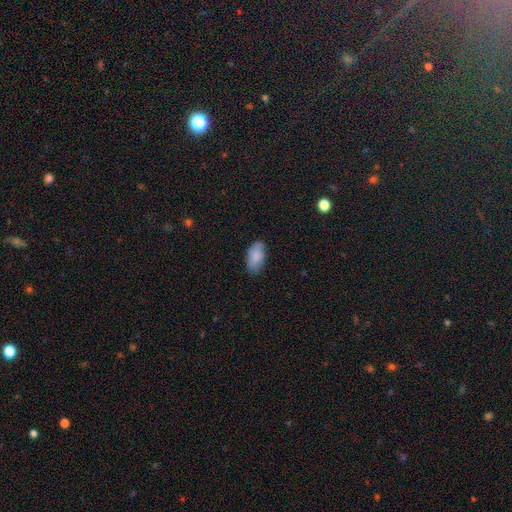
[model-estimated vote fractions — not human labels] Smooth or featured: smooth — 87% (featured or disk — 7%)
How rounded: in between — 94% (round — 3%)
Merging: none — 81% (minor disturbance — 15%)